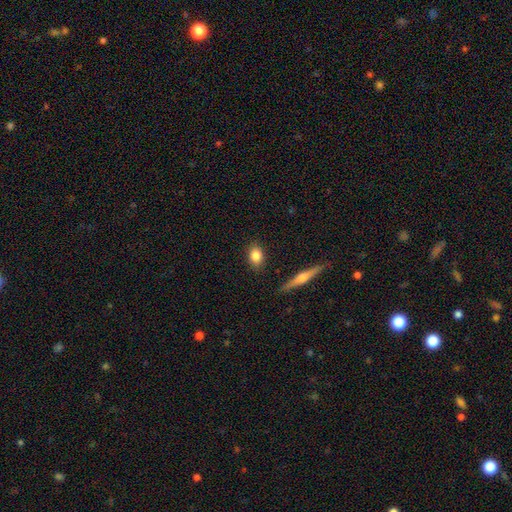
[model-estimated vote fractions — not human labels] Morphology: type=smooth (81%); roundness=in between (74%); merging=none (87%).